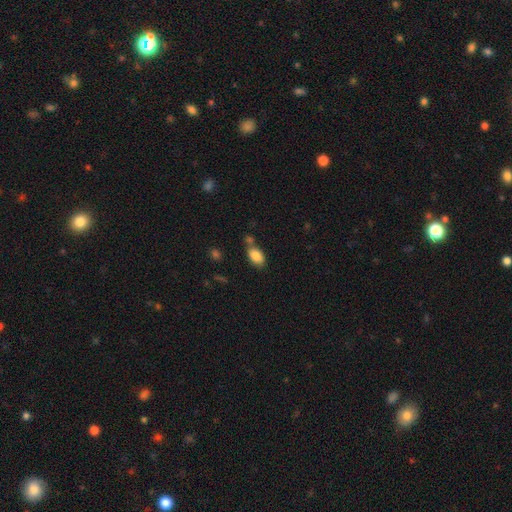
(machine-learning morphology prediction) Smooth or featured? smooth (86%)
How rounded? in between (91%)
Merging? none (61%)